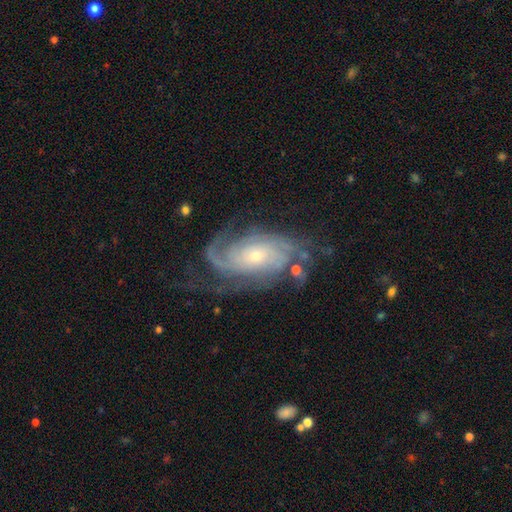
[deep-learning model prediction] smooth_or_featured: featured or disk (p=0.88) [alt: smooth p=0.07]
disk_edge_on: no (p=0.96) [alt: yes p=0.04]
bar: no (p=0.68) [alt: weak p=0.25]
has_spiral_arms: yes (p=0.97) [alt: no p=0.03]
spiral_winding: tight (p=0.51) [alt: medium p=0.36]
spiral_arm_count: 3 (p=0.25) [tied with: 2 p=0.25]
bulge_size: small (p=0.63) [alt: moderate p=0.31]
merging: none (p=0.65) [alt: minor disturbance p=0.19]